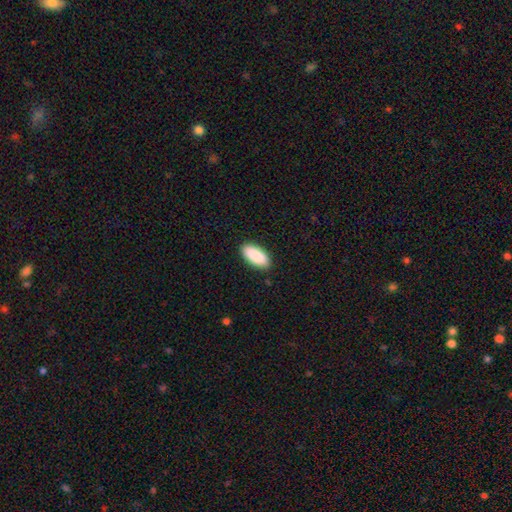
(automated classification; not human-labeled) smooth-or-featured: smooth: 90% | star or artifact: 6% | featured or disk: 4%
  how-rounded: in between: 91% | cigar-shaped: 8% | round: 2%
  merging: none: 89% | minor disturbance: 8% | major disturbance: 2% | merger: 1%